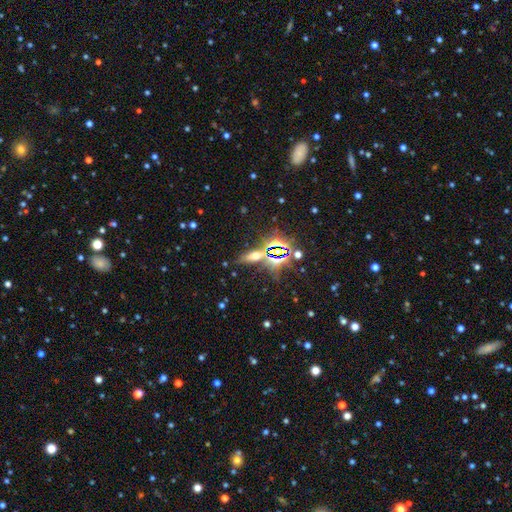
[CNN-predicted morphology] A star or artifact, not a galaxy (39%).

Vote fractions:
- Smooth or featured? star or artifact: 39% / smooth: 35% / featured or disk: 26%